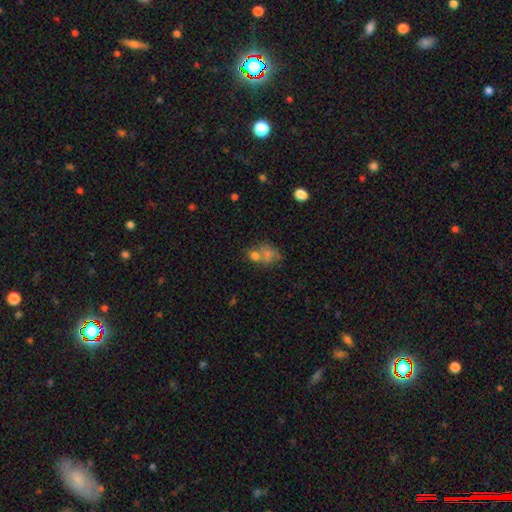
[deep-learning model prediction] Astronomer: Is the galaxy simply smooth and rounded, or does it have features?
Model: smooth — 63%.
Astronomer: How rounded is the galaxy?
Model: in between — 56% (runner-up: round, 43%).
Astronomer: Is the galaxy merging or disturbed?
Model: merger — 45% (runner-up: none, 31%).